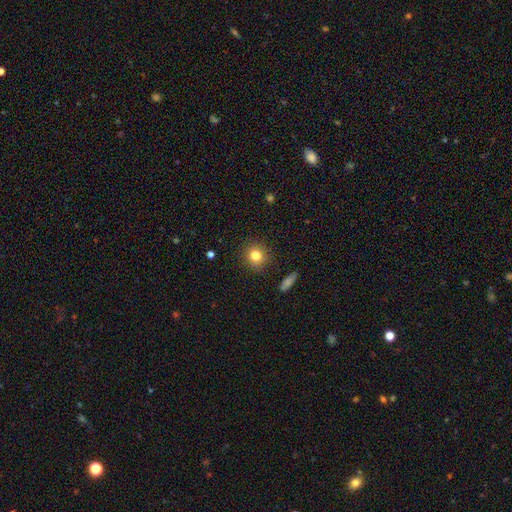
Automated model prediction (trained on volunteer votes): Smooth or featured? smooth (81%)
How rounded? round (88%)
Merging? none (89%)